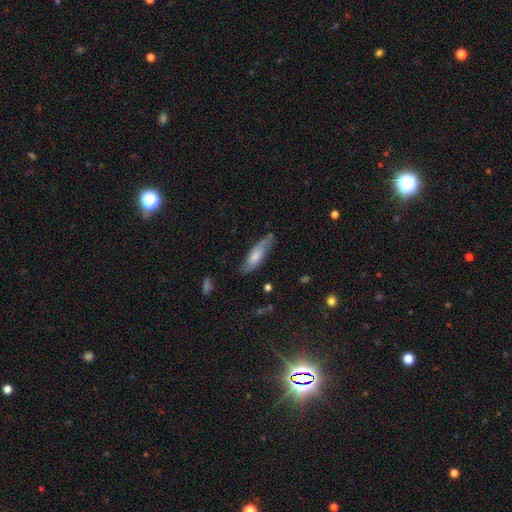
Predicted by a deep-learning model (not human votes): A smooth galaxy with no disk features (64%) that is in between round and cigar-shaped (51%).

Vote fractions:
- Smooth or featured? smooth: 64% / featured or disk: 30% / star or artifact: 6%
- How rounded? in between: 51% / cigar-shaped: 47% / round: 2%
- Merging? none: 63% / minor disturbance: 27% / major disturbance: 6% / merger: 4%